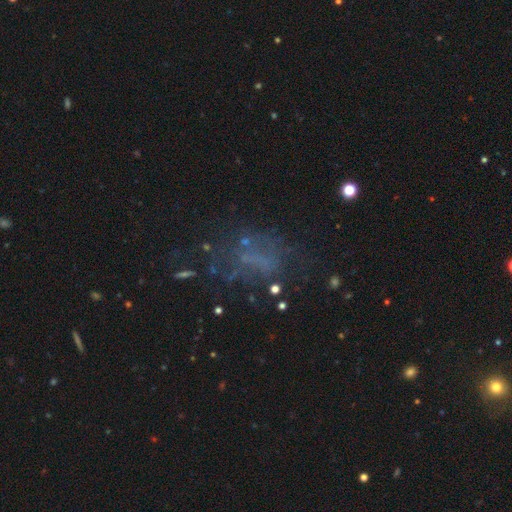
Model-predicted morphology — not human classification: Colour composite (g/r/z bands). It shows a featured or disk galaxy (38%). Merging: none (50%).